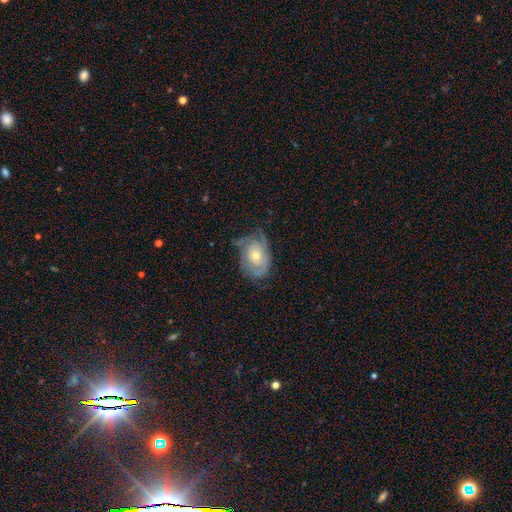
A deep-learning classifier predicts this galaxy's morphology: This is likely a featured or disk galaxy (65%). It is clearly not viewed edge-on (95%). Bar: clearly no (82%). Spiral arm pattern: likely yes (78%). Central bulge: possibly moderate (56%). Merging: possibly none (54%).